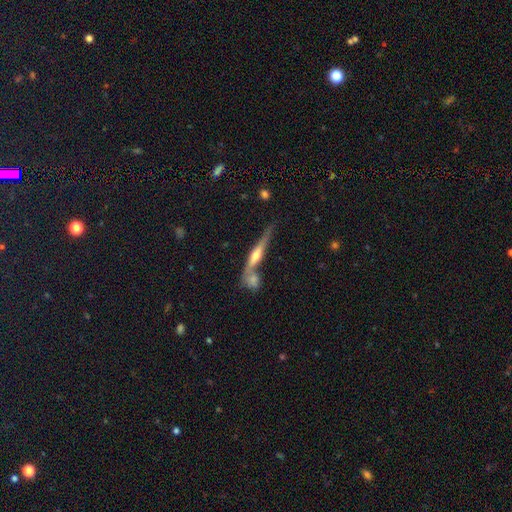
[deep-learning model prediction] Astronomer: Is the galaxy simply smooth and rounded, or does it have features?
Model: featured or disk — 68%.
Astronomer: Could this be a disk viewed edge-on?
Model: yes — 95%.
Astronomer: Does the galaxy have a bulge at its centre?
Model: rounded — 82%.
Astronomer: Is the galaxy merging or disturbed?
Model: none — 56%.